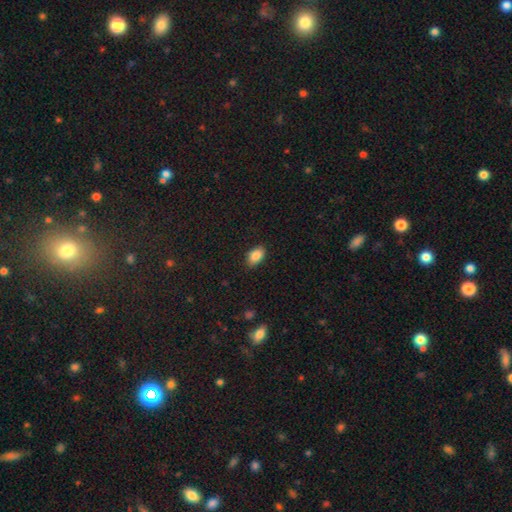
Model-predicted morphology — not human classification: type=smooth (87%); roundness=in between (91%); merging=none (85%).